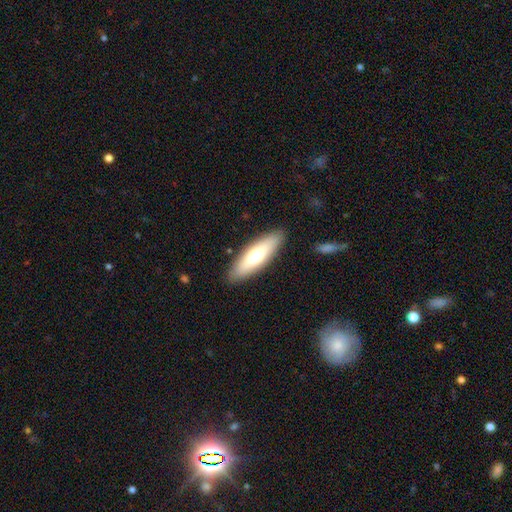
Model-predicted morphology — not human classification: This appears to be a smooth galaxy with no disk features (64%) that is cigar-shaped (52%). Merging: none (88%).